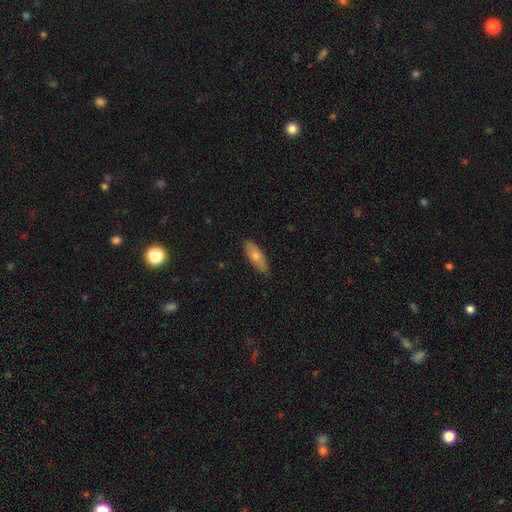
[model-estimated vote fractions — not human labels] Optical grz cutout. It shows a smooth galaxy with no disk features (72%) that is in between round and cigar-shaped (70%). Merging: none (84%).